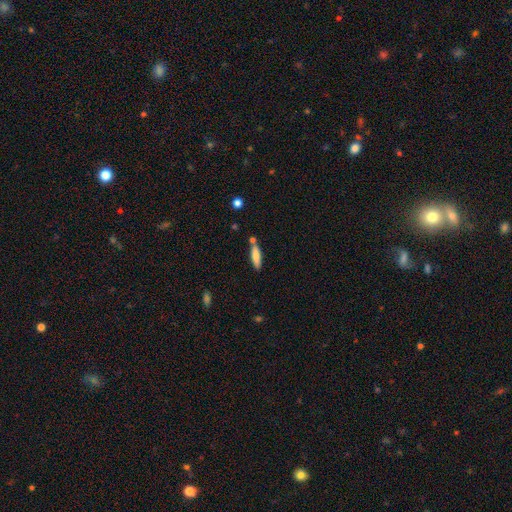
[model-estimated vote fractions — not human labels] The model was most divided on "how rounded": cigar-shaped: 68%, in between: 30%, round: 2%. More confident: smooth or featured — smooth (78%); merging — none (75%).